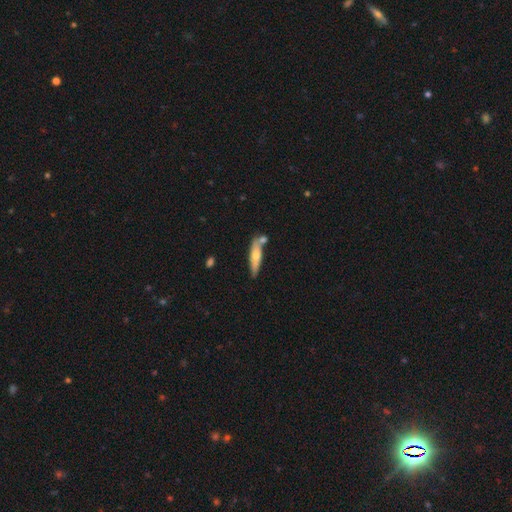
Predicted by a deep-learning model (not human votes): Morphology: type=smooth (57%); roundness=cigar-shaped (79%); merging=none (67%).